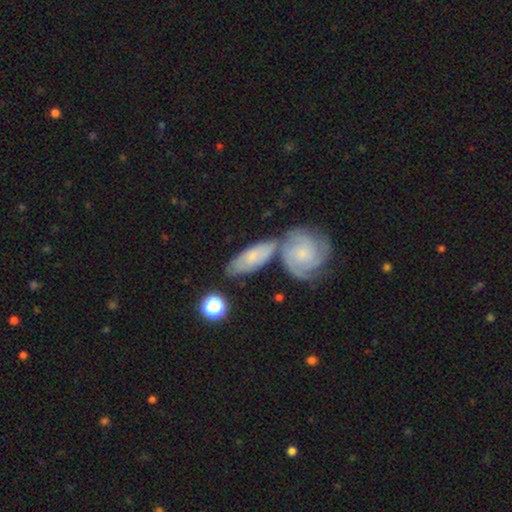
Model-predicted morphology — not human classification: Smooth or featured?
  - smooth: 48% *
  - featured or disk: 45%
  - star or artifact: 7%
Merging?
  - none: 49% *
  - merger: 31%
  - minor disturbance: 15%
  - major disturbance: 5%